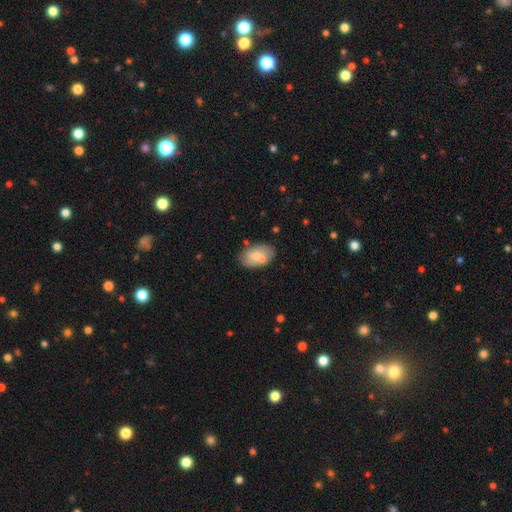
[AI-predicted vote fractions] Smooth or featured?
  - smooth: 68% *
  - featured or disk: 25%
  - star or artifact: 7%
How rounded?
  - in between: 91% *
  - round: 7%
  - cigar-shaped: 2%
Merging?
  - none: 65% *
  - minor disturbance: 16%
  - merger: 14%
  - major disturbance: 4%